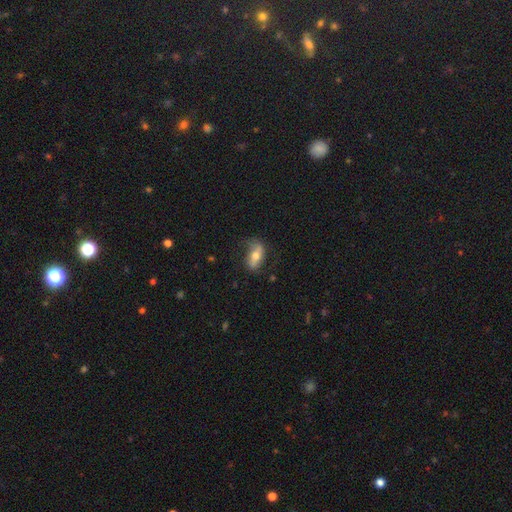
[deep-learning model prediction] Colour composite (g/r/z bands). It shows a featured or disk galaxy (47%). Merging: none (62%).